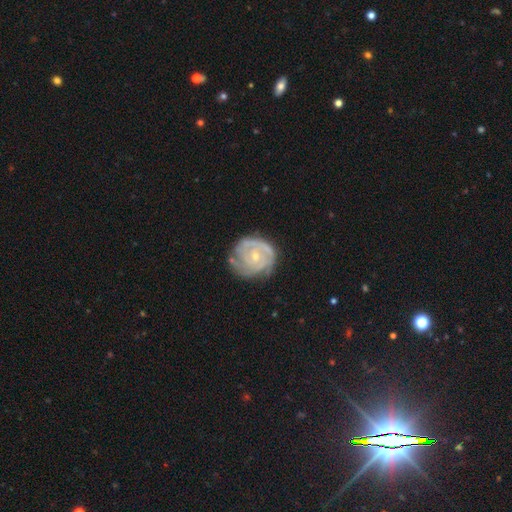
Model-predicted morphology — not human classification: The model was most divided on "spiral arm count": can't tell: 29%, 3: 27%, 2: 25%, 4: 8%, 1: 6%, more than 4: 5%. More confident: edge-on disk — no (98%); spiral arms — yes (93%); smooth or featured — featured or disk (82%); bar — no (72%); spiral winding — tight (71%); bulge size — small (68%); merging — none (65%).